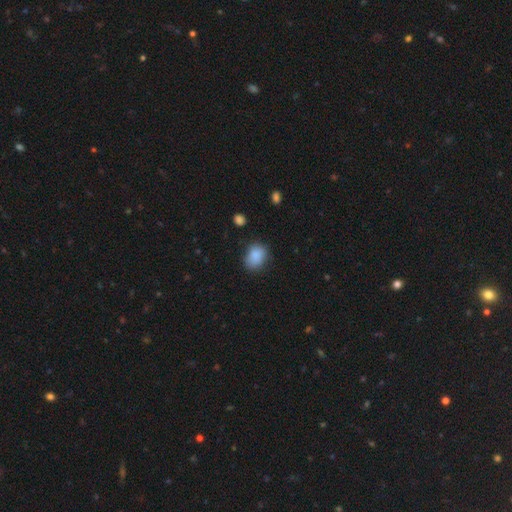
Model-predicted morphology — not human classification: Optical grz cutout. It shows a smooth galaxy with no disk features (87%) that is in between round and cigar-shaped (62%). Merging: none (74%).